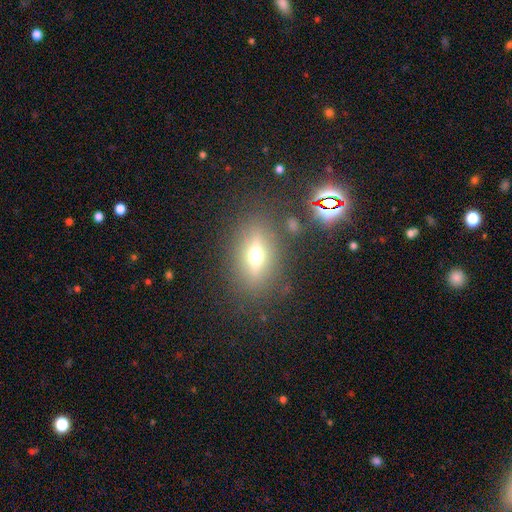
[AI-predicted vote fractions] featured or disk 50%, smooth 35%, star or artifact 14%. Down the decision tree: edge-on disk — yes (77%); merging — none (82%).